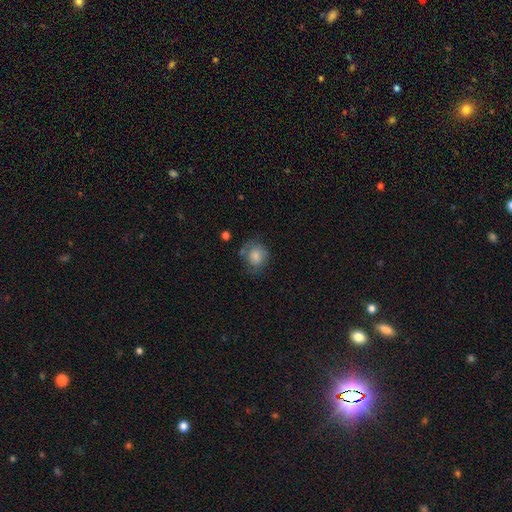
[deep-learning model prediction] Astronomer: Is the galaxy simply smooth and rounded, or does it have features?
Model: smooth — 77%.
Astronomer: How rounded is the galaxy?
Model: round — 76%.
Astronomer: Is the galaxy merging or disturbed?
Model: none — 58%.